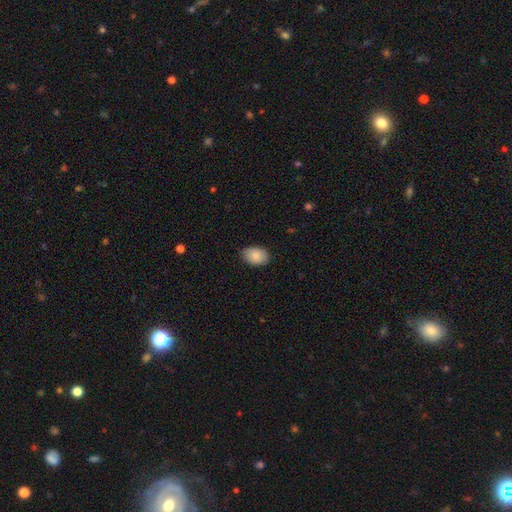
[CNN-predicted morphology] Smooth or featured?
  - smooth: 86% *
  - featured or disk: 7%
  - star or artifact: 7%
How rounded?
  - in between: 83% *
  - round: 16%
  - cigar-shaped: 1%
Merging?
  - none: 82% *
  - minor disturbance: 15%
  - major disturbance: 2%
  - merger: 1%